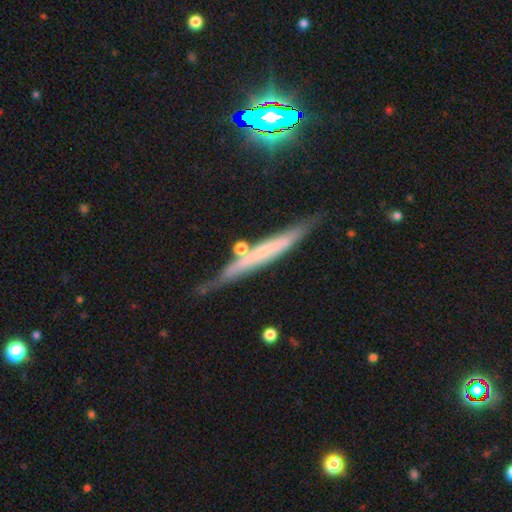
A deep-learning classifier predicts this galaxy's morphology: Smooth or featured?
  - featured or disk: 55% *
  - smooth: 33%
  - star or artifact: 12%
Edge-on disk?
  - yes: 92% *
  - no: 8%
Edge-on bulge?
  - none: 72% *
  - rounded: 17%
  - boxy: 10%
Merging?
  - none: 75% *
  - minor disturbance: 17%
  - merger: 5%
  - major disturbance: 4%